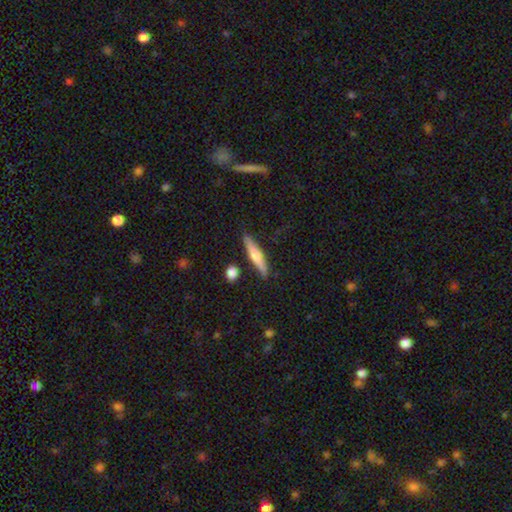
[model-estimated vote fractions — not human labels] Smooth or featured: featured or disk — 48% (smooth — 46%)
Merging: none — 86% (minor disturbance — 9%)